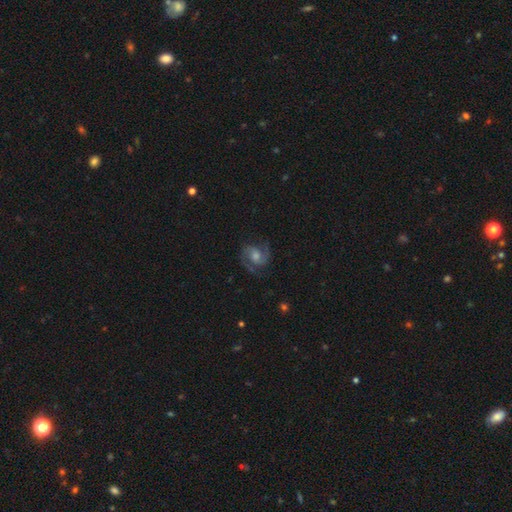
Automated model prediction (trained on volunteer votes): Overall: featured or disk (85%). Edge-on disk: no (98%). Bar: no (47%; weak 42%). Spiral arms: yes (97%). Spiral arm count: 2 (90%). Spiral winding: medium (58%; tight 28%). Bulge size: moderate (57%; small 24%). Merging: none (80%).